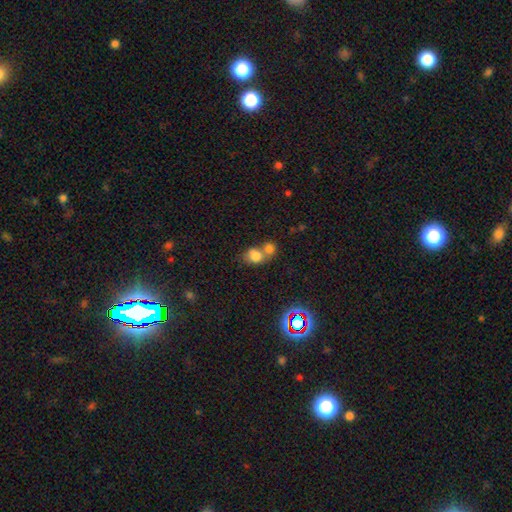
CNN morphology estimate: A smooth galaxy with no disk features (75%) that is round (55%). Merging: merger (61%).